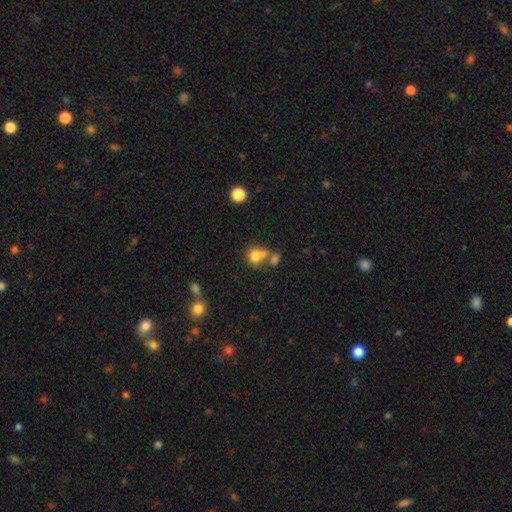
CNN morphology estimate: This appears to be a smooth galaxy with no disk features (75%) that is round (68%). Merging: merger (45%).